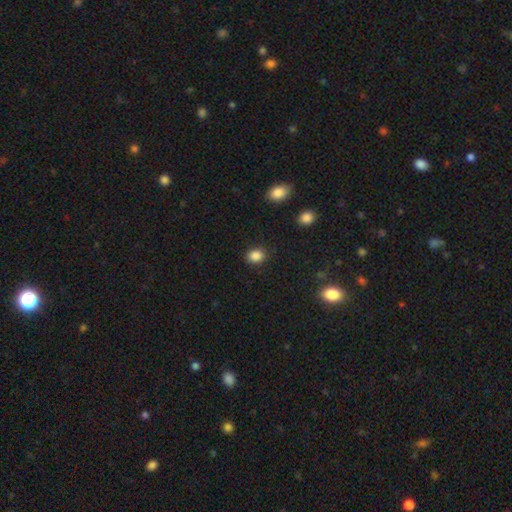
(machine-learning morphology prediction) The model was most divided on "how rounded": round: 59%, in between: 40%, cigar-shaped: 1%. More confident: merging — none (87%); smooth or featured — smooth (86%).